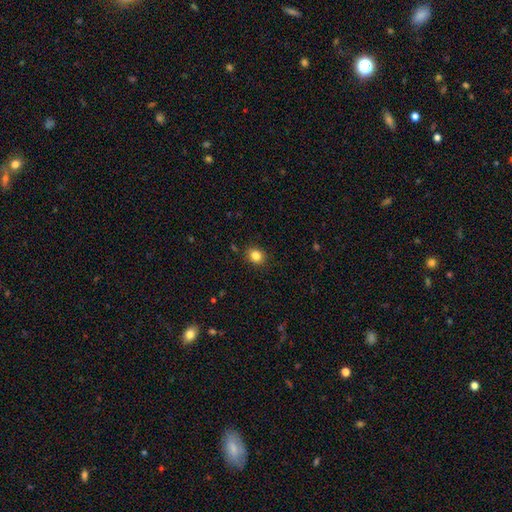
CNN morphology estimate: smooth-or-featured: smooth: 83% | star or artifact: 11% | featured or disk: 6%
  how-rounded: round: 67% | in between: 32% | cigar-shaped: 1%
  merging: none: 89% | minor disturbance: 8% | major disturbance: 2% | merger: 1%